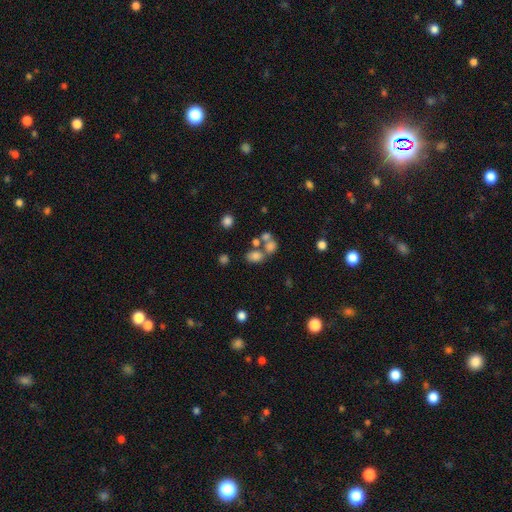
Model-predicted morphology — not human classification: This appears to be a smooth galaxy with no disk features (72%) that is in between round and cigar-shaped (67%). Merging: none (43%).